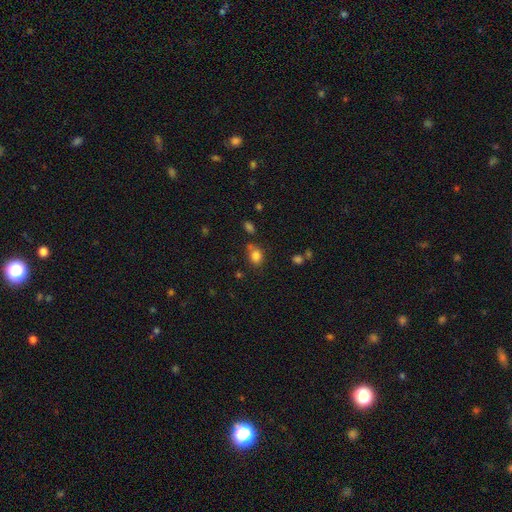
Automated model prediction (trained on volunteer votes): Smooth or featured? smooth (82%)
How rounded? round (56%)
Merging? none (63%)